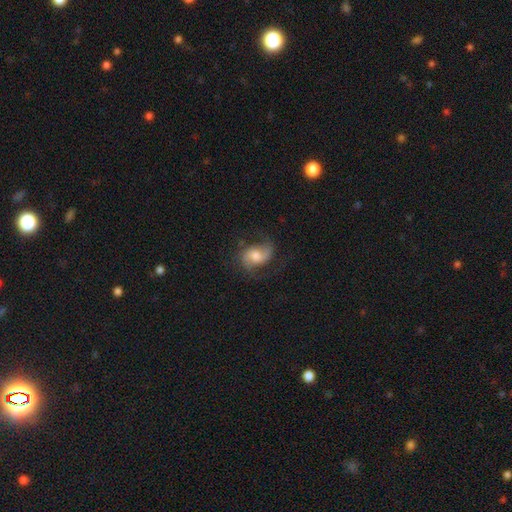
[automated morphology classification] Overall: featured or disk (66%). Edge-on disk: no (97%). Bar: no (54%; weak 37%). Spiral arms: yes (91%). Spiral arm count: 2 (80%). Spiral winding: loose (45%; medium 42%). Bulge size: moderate (58%; small 20%). Merging: none (61%; minor disturbance 22%).